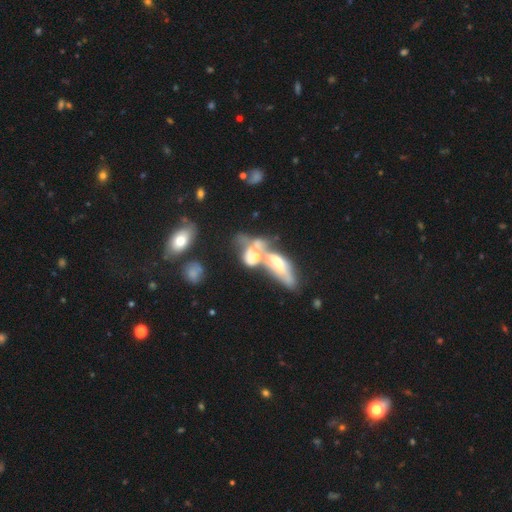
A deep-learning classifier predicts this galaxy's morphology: Smooth or featured: featured or disk — 55% (smooth — 34%)
Edge-on disk: no — 86% (yes — 14%)
Merging: merger — 73% (major disturbance — 13%)